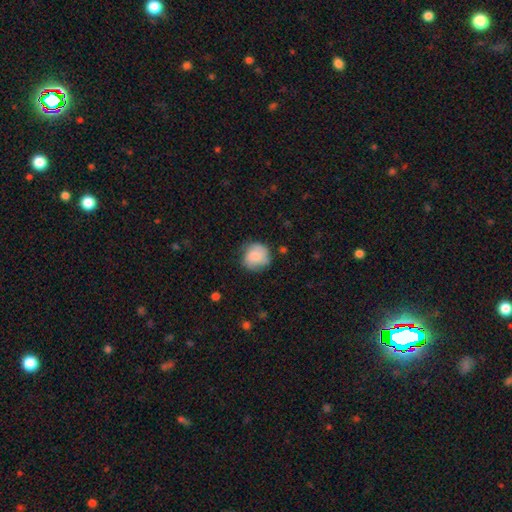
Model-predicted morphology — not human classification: This is likely a smooth galaxy (71%). How rounded: clearly round (87%). Merging: likely none (70%).